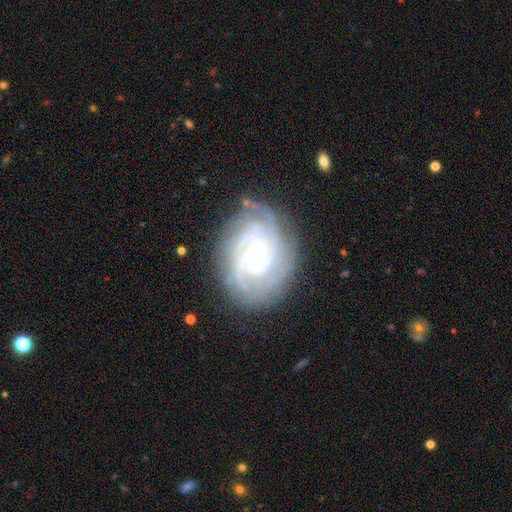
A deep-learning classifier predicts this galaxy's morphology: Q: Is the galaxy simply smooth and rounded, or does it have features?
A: featured or disk — 88%.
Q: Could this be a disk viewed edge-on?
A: no — 98%.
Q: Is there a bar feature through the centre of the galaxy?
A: no — 54%.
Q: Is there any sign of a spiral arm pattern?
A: yes — 97%.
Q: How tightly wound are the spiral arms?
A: tight — 78%.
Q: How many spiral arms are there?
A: can't tell — 26%.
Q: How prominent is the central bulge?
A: small — 76%.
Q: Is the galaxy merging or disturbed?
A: none — 78%.